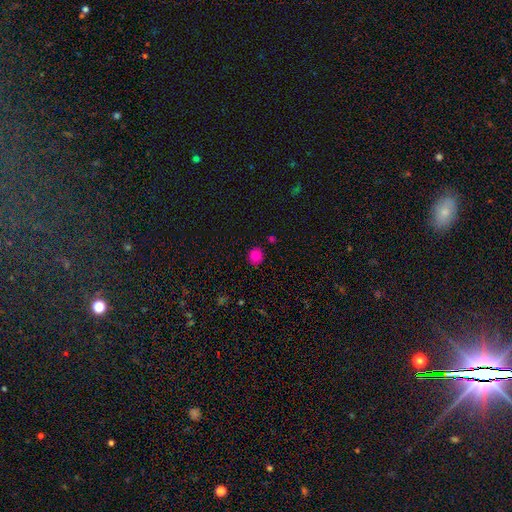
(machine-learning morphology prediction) smooth_or_featured: smooth (p=0.83) [alt: star or artifact p=0.12]
how_rounded: round (p=0.85) [alt: in between p=0.14]
merging: none (p=0.87) [alt: minor disturbance p=0.08]